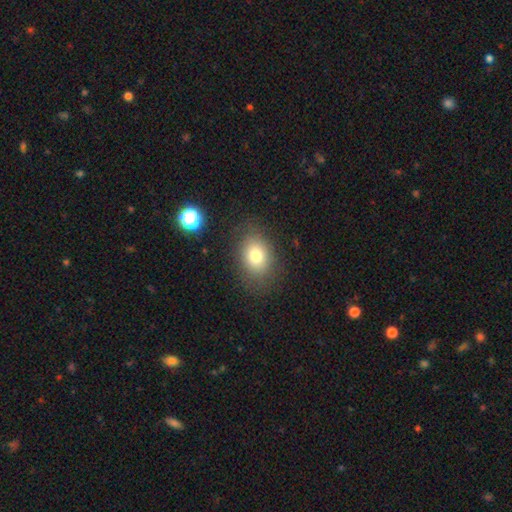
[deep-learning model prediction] A smooth galaxy with no disk features (78%) that is in between round and cigar-shaped (64%).

Vote fractions:
- Smooth or featured? smooth: 78% / star or artifact: 12% / featured or disk: 11%
- How rounded? in between: 64% / round: 35% / cigar-shaped: 1%
- Merging? none: 80% / minor disturbance: 13% / major disturbance: 5% / merger: 2%